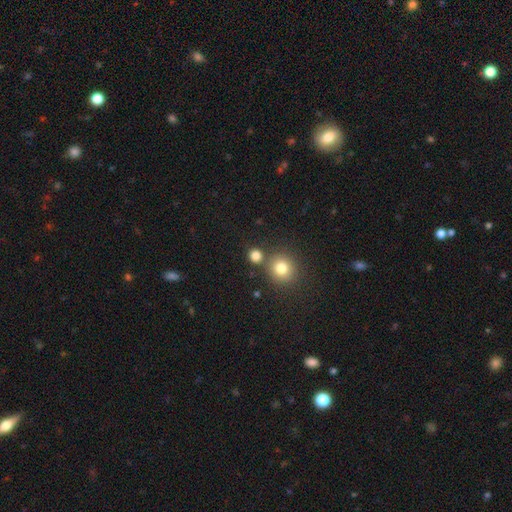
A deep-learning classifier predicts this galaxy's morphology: smooth_or_featured: smooth (p=0.81) [alt: star or artifact p=0.14]
how_rounded: round (p=0.88) [alt: in between p=0.11]
merging: none (p=0.75) [alt: merger p=0.14]